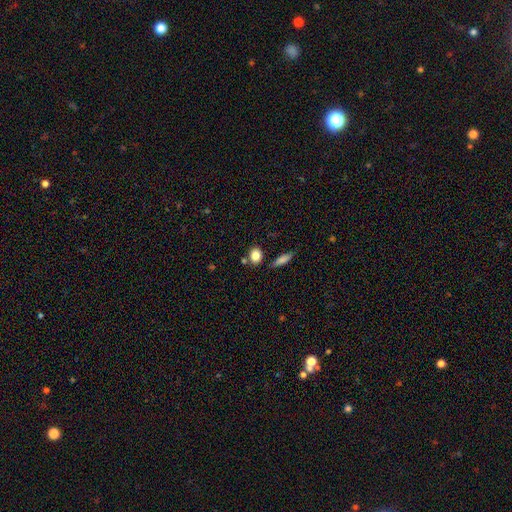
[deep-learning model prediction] This appears to be a smooth galaxy with no disk features (84%) that is round (49%). Merging: none (73%).